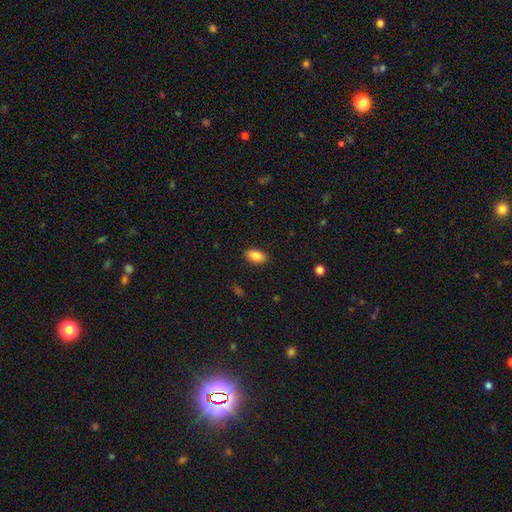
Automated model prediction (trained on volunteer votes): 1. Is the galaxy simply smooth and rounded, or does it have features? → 86% smooth, 8% star or artifact, 6% featured or disk.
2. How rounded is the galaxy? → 93% in between, 4% round, 4% cigar-shaped.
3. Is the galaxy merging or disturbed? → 88% none, 9% minor disturbance, 2% major disturbance, 1% merger.